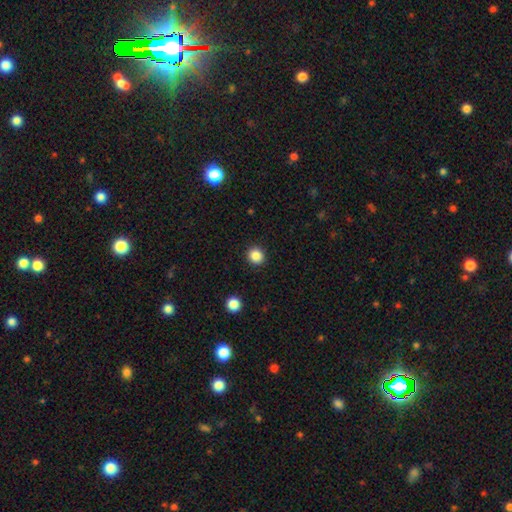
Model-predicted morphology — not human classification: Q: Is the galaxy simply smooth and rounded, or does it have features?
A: smooth — 86%.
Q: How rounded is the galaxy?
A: round — 90%.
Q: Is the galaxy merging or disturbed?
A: none — 92%.